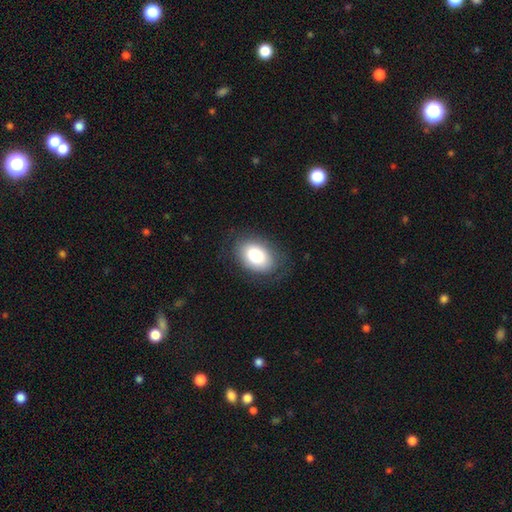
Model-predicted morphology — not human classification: smooth 84%, featured or disk 9%, star or artifact 7%. Down the decision tree: how rounded — in between (89%); merging — none (80%).